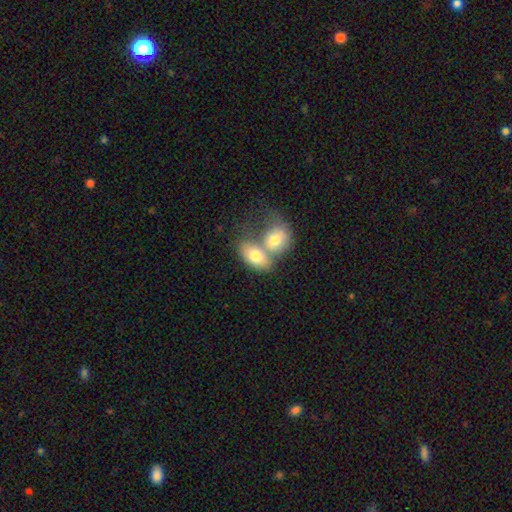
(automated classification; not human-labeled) The model was most divided on "merging": merger: 65%, none: 23%, minor disturbance: 8%, major disturbance: 4%. More confident: how rounded — in between (79%); smooth or featured — smooth (72%).